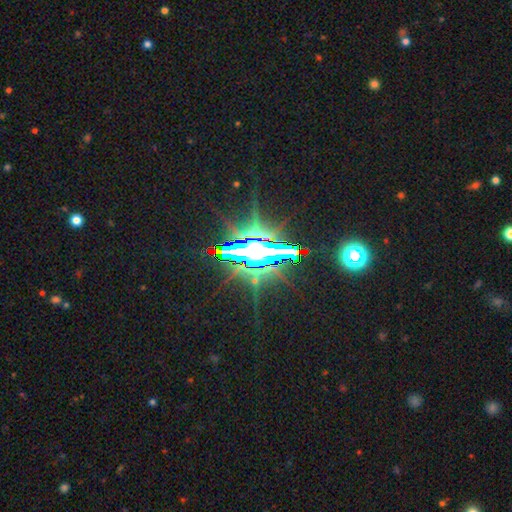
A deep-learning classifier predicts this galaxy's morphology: Smooth or featured: star or artifact — 81% (featured or disk — 11%)